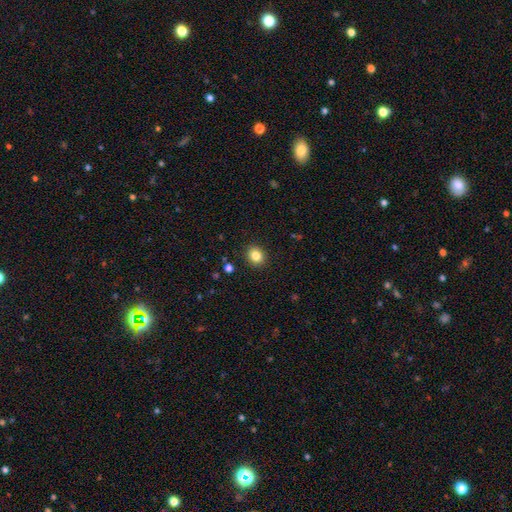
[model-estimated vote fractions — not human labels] This is clearly a smooth galaxy (83%). How rounded: likely round (72%). Merging: clearly none (91%).